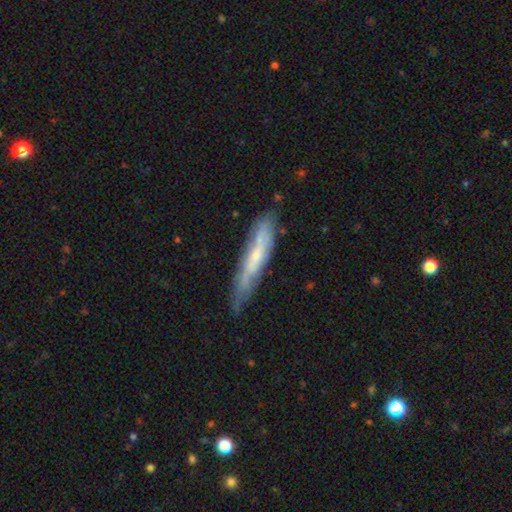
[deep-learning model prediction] featured or disk 53%, smooth 40%, star or artifact 6%. Down the decision tree: edge-on disk — yes (60%); merging — none (64%).